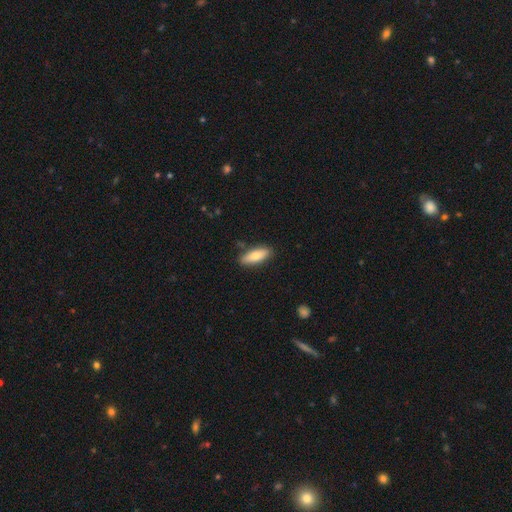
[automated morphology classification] This is likely a smooth galaxy (78%). How rounded: likely in between (66%). Merging: clearly none (83%).